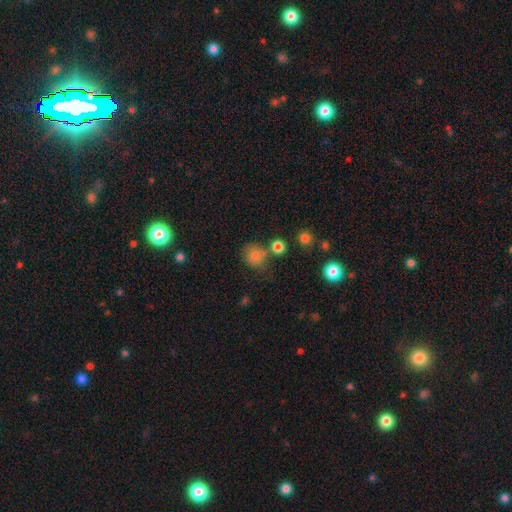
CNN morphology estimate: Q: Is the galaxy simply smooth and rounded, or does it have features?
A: smooth — 79%.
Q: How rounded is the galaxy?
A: round — 85%.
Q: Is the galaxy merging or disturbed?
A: none — 64%.